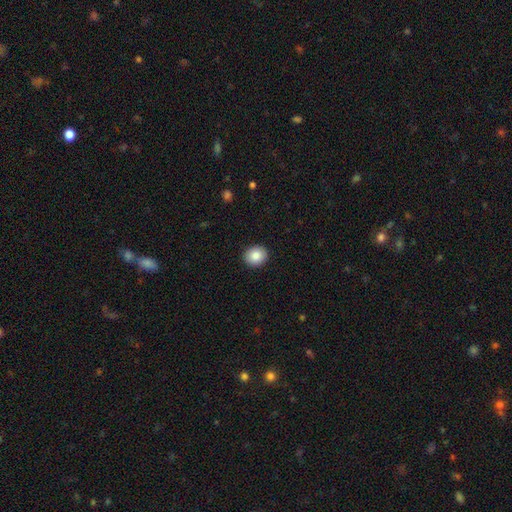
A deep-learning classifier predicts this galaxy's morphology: A smooth galaxy with no disk features (86%) that is round (72%). Merging: none (92%).